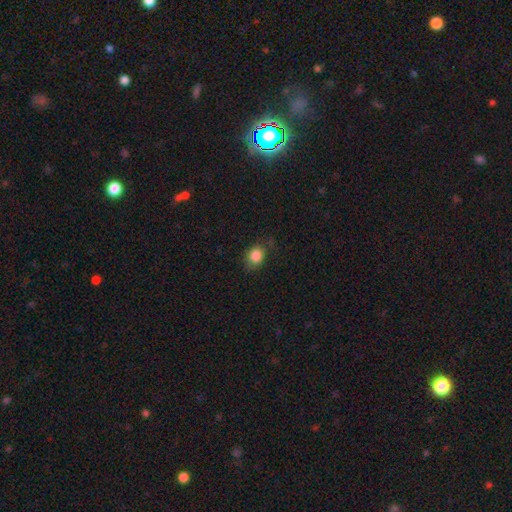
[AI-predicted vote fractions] This is clearly a smooth galaxy (85%). How rounded: possibly round (57%). Merging: likely none (69%).